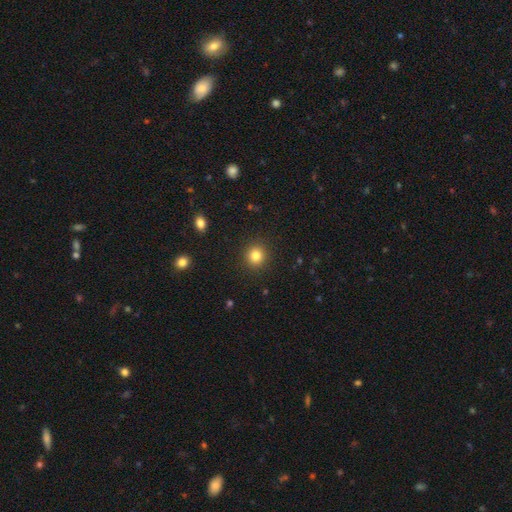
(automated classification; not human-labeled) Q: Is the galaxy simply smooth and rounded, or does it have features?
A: smooth — 82%.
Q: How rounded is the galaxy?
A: round — 92%.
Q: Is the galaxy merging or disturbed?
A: none — 92%.